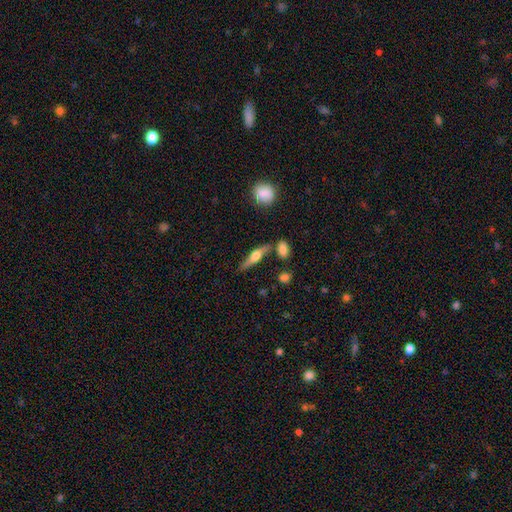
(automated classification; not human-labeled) Q: Smooth or featured?
A: featured or disk (54%); runner-up: smooth (40%)
Q: Edge-on disk?
A: yes (93%); runner-up: no (7%)
Q: Edge-on bulge?
A: rounded (91%); runner-up: boxy (5%)
Q: Merging?
A: none (76%); runner-up: minor disturbance (13%)